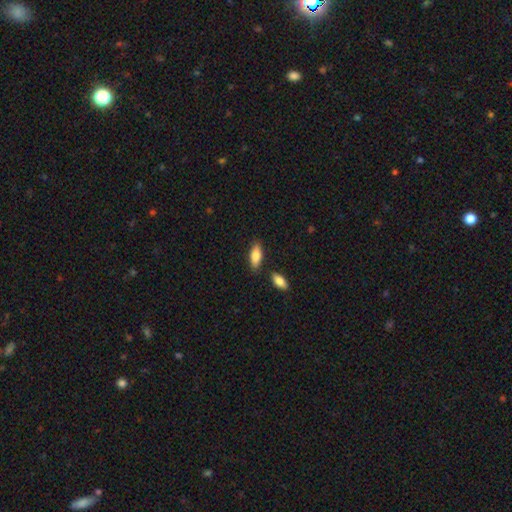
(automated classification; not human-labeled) Smooth or featured? smooth (81%)
How rounded? in between (79%)
Merging? none (80%)